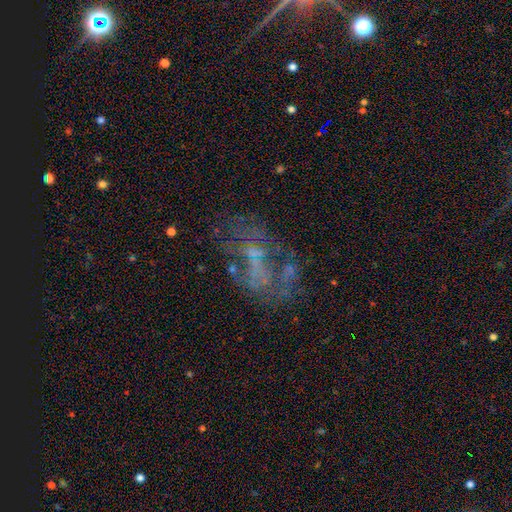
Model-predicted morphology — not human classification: type=featured or disk (58%); edge-on=no (96%); bar=no (76%); spiral arms=no (73%); bulge=none (66%); merging=none (46%).